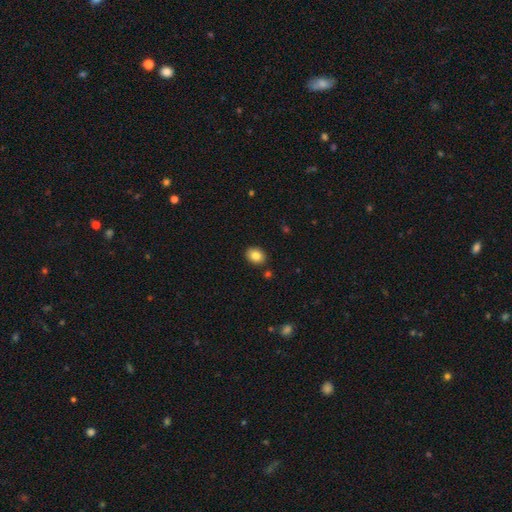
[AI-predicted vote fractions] Smooth or featured?
  - smooth: 83% *
  - star or artifact: 9%
  - featured or disk: 8%
How rounded?
  - in between: 57% *
  - round: 42%
  - cigar-shaped: 1%
Merging?
  - none: 87% *
  - minor disturbance: 8%
  - merger: 3%
  - major disturbance: 2%